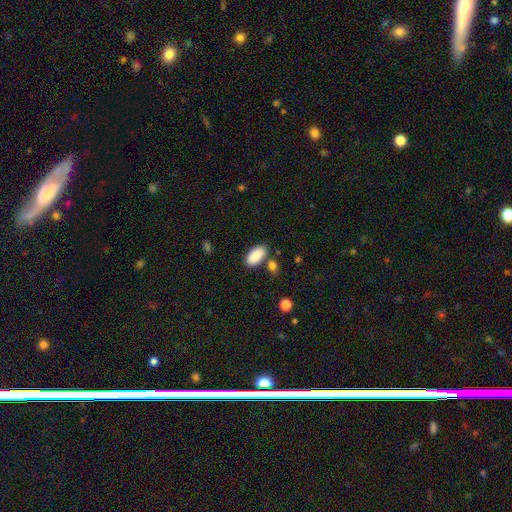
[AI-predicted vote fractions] Smooth or featured? Predicted: smooth (p=0.87). How rounded? Predicted: in between (p=0.93). Merging? Predicted: none (p=0.75).